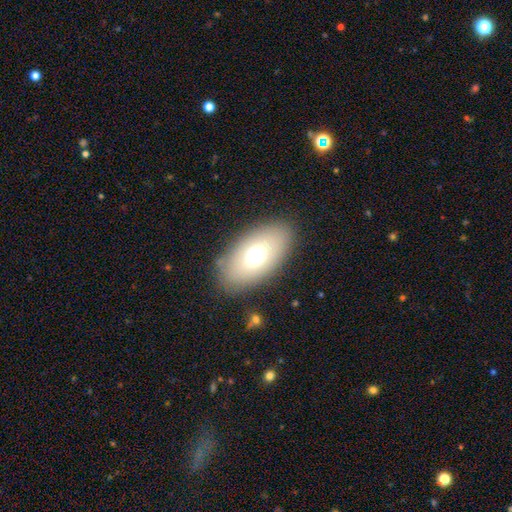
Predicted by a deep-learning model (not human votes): Smooth or featured? Predicted: smooth (p=0.65). How rounded? Predicted: in between (p=0.90). Merging? Predicted: none (p=0.82).